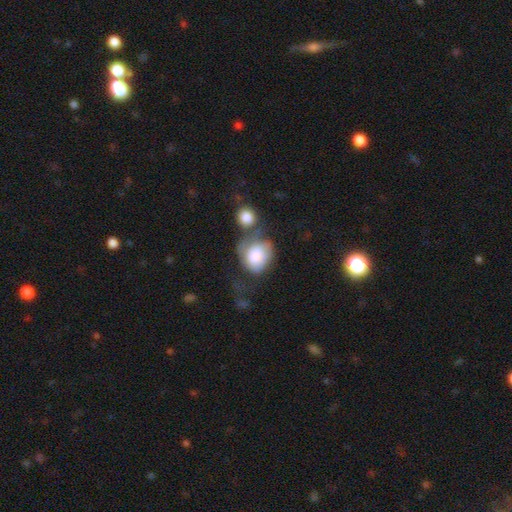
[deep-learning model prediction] Smooth or featured: smooth — 73% (featured or disk — 21%)
How rounded: round — 51% (in between — 48%)
Merging: merger — 31% (major disturbance — 29%)